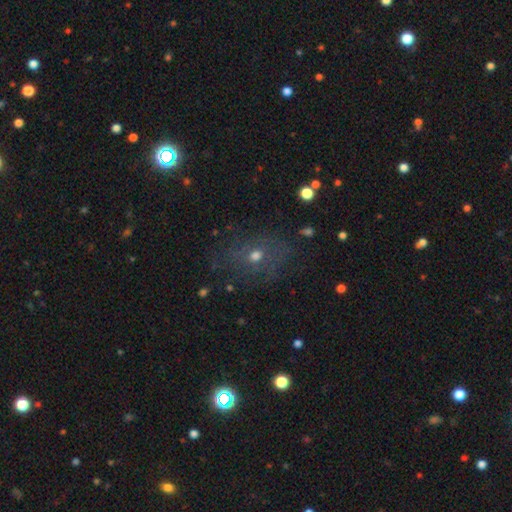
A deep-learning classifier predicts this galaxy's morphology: smooth_or_featured: smooth (p=0.45) [alt: featured or disk p=0.34]
merging: none (p=0.71) [alt: minor disturbance p=0.16]